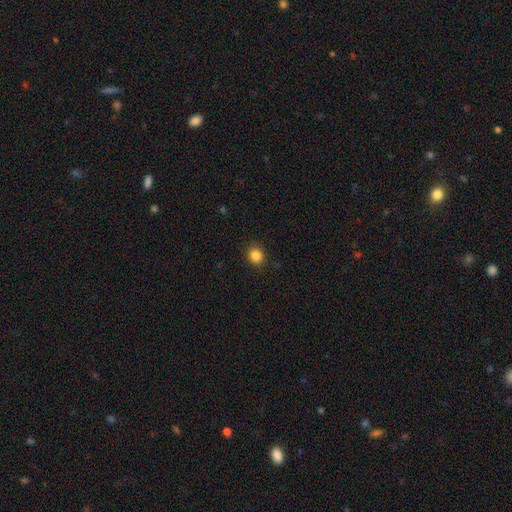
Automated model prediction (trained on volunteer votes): smooth-or-featured: smooth: 84% | star or artifact: 11% | featured or disk: 4%
  how-rounded: round: 76% | in between: 23% | cigar-shaped: 1%
  merging: none: 90% | minor disturbance: 7% | major disturbance: 2% | merger: 1%